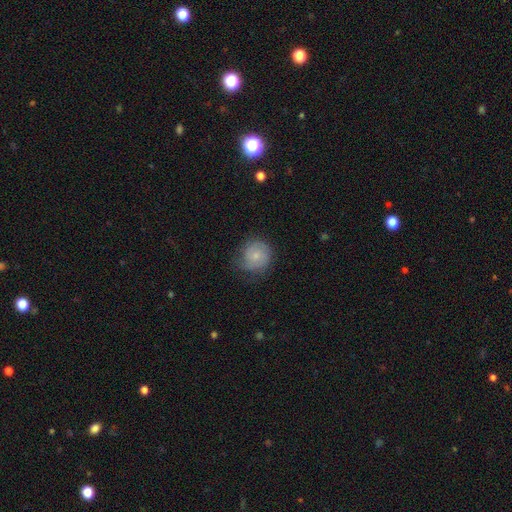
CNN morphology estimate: smooth_or_featured: smooth (p=0.57) [alt: featured or disk p=0.35]
how_rounded: round (p=0.87) [alt: in between p=0.13]
merging: none (p=0.62) [alt: minor disturbance p=0.27]